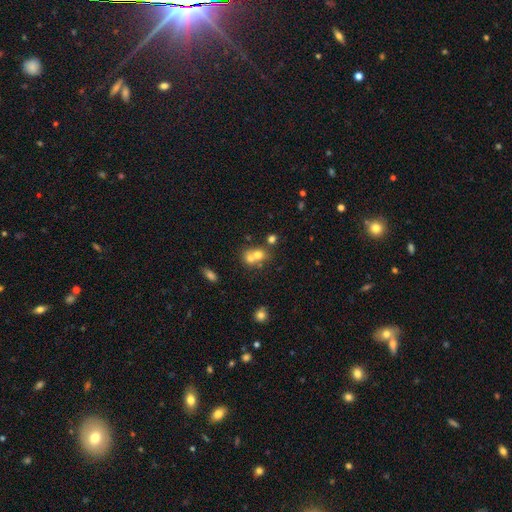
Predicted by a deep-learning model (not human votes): Q: Smooth or featured?
A: smooth (67%); runner-up: featured or disk (20%)
Q: How rounded?
A: round (71%); runner-up: in between (28%)
Q: Merging?
A: merger (61%); runner-up: none (29%)